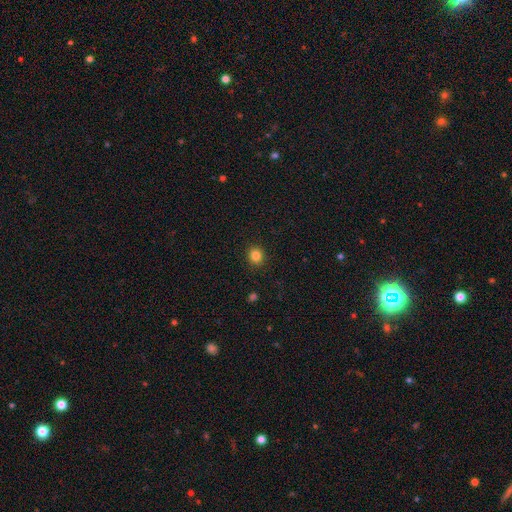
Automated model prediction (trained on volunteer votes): A smooth galaxy with no disk features (84%) that is round (84%).

Vote fractions:
- Smooth or featured? smooth: 84% / star or artifact: 12% / featured or disk: 4%
- How rounded? round: 84% / in between: 15% / cigar-shaped: 1%
- Merging? none: 91% / minor disturbance: 6% / major disturbance: 2% / merger: 1%